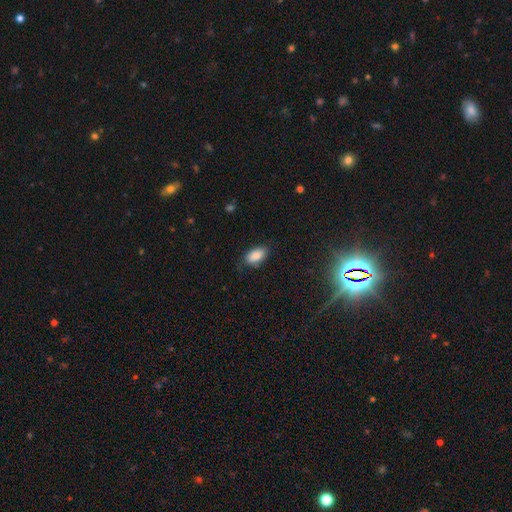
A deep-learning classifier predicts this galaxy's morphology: type=smooth (86%); roundness=in between (93%); merging=none (78%).